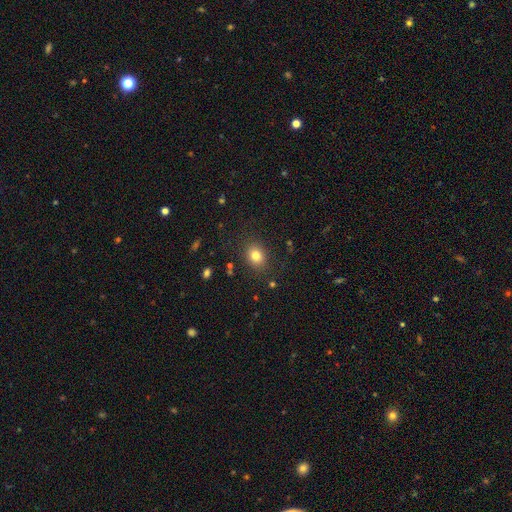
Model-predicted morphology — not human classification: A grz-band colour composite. It shows a smooth galaxy with no disk features (80%) that is round (53%). Merging: none (86%).